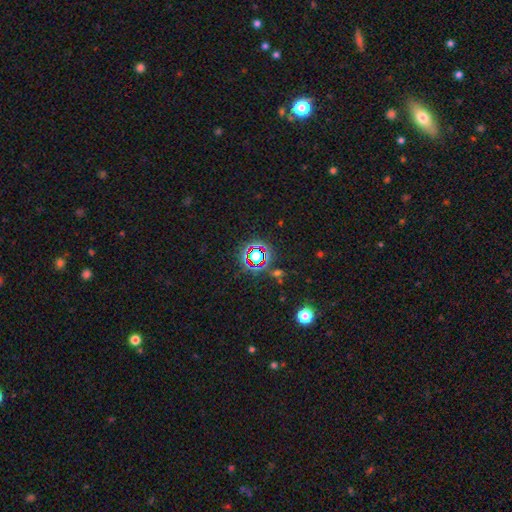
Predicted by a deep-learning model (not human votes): Morphology: type=star or artifact (70%).